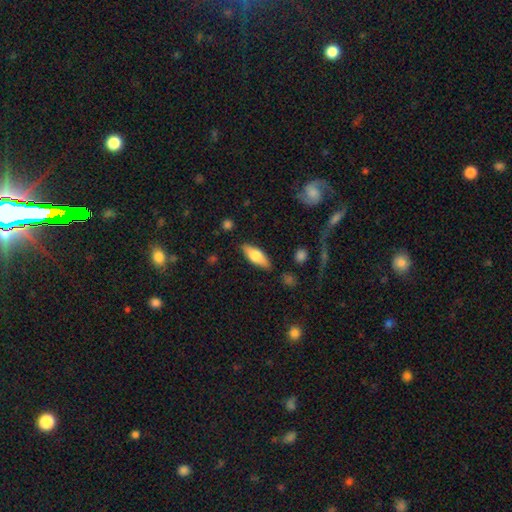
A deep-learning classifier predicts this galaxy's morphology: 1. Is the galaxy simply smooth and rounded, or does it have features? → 62% smooth, 32% featured or disk, 6% star or artifact.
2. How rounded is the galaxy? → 68% in between, 29% cigar-shaped, 3% round.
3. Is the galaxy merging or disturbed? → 85% none, 11% minor disturbance, 2% major disturbance, 2% merger.